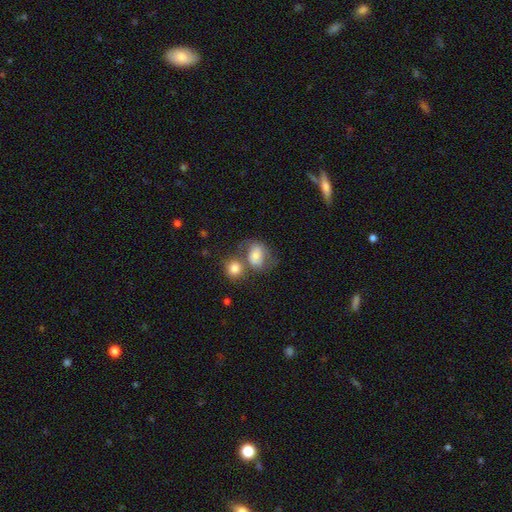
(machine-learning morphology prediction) The model was most divided on "merging": merger: 43%, none: 30%, minor disturbance: 15%, major disturbance: 12%. More confident: smooth or featured — smooth (67%); how rounded — in between (56%).